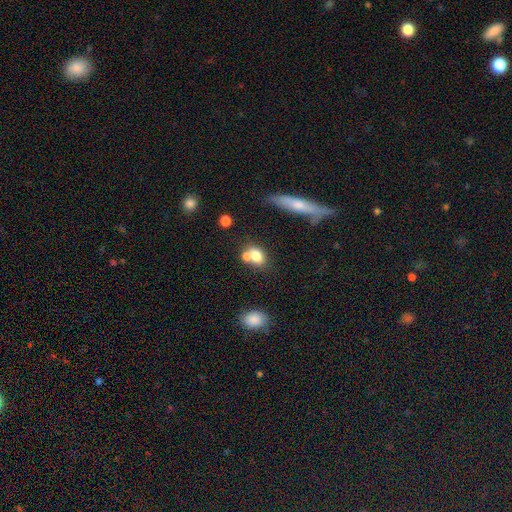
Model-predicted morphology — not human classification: Q: Smooth or featured?
A: smooth (74%); runner-up: featured or disk (16%)
Q: How rounded?
A: in between (66%); runner-up: round (31%)
Q: Merging?
A: merger (43%); runner-up: none (41%)